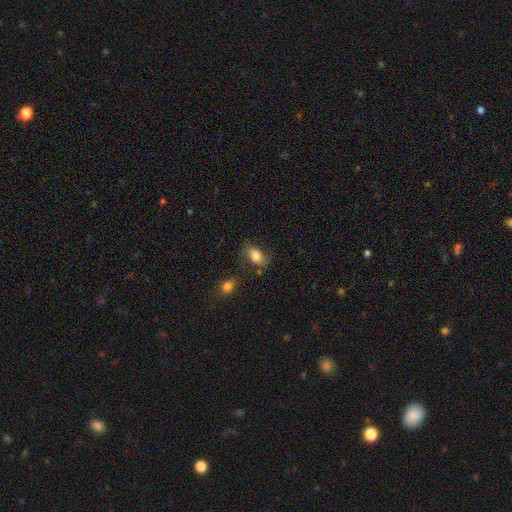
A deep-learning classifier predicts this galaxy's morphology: smooth 75%, featured or disk 16%, star or artifact 9%. Down the decision tree: how rounded — in between (84%); merging — none (58%).